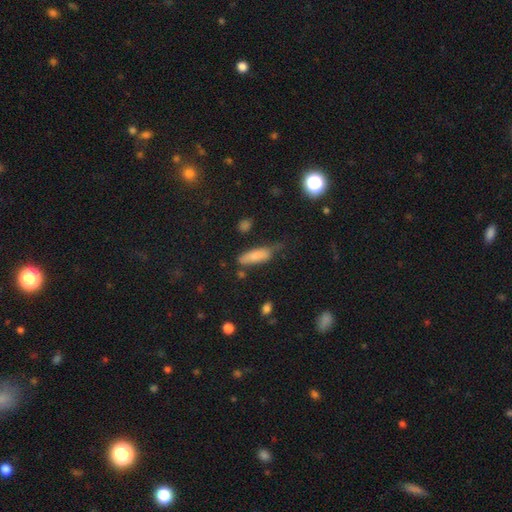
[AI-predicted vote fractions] This is clearly a smooth galaxy (81%). How rounded: possibly in between (56%). Merging: possibly none (51%).